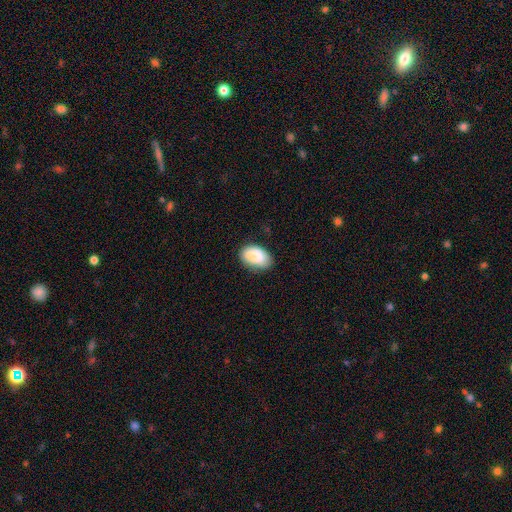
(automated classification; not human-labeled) Smooth or featured: smooth — 88% (star or artifact — 6%)
How rounded: in between — 91% (round — 8%)
Merging: none — 77% (minor disturbance — 19%)